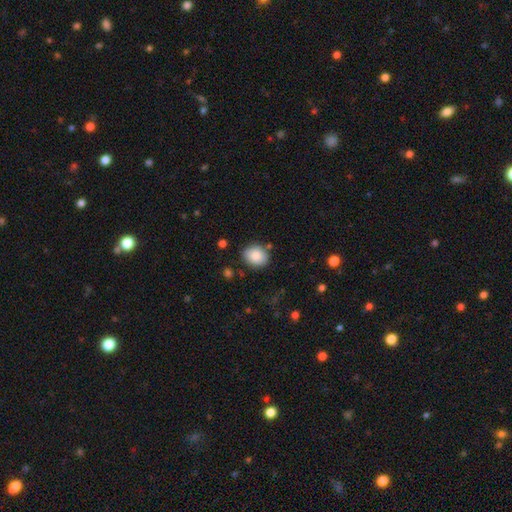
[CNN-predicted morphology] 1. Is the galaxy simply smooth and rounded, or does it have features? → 86% smooth, 8% star or artifact, 6% featured or disk.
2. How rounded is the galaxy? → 58% round, 41% in between, 1% cigar-shaped.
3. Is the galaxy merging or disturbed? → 83% none, 11% minor disturbance, 3% major disturbance, 3% merger.